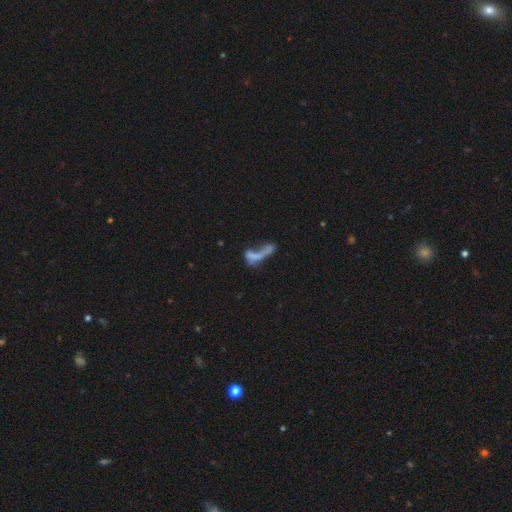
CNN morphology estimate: Q: Smooth or featured?
A: smooth (52%); runner-up: featured or disk (35%)
Q: How rounded?
A: in between (51%); runner-up: cigar-shaped (42%)
Q: Merging?
A: merger (36%); runner-up: major disturbance (32%)